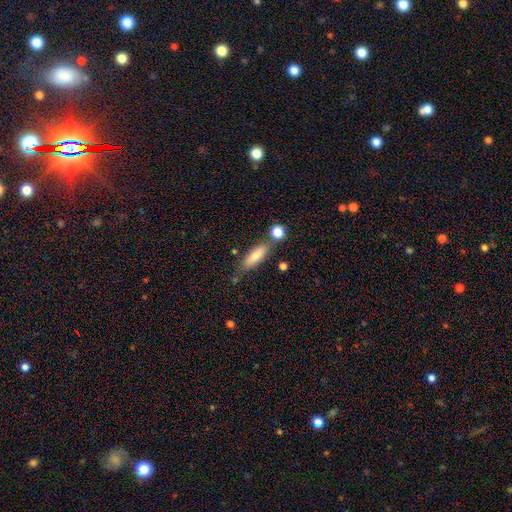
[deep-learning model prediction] Smooth or featured? Predicted: smooth (p=0.77). How rounded? Predicted: in between (p=0.52). Merging? Predicted: none (p=0.66).